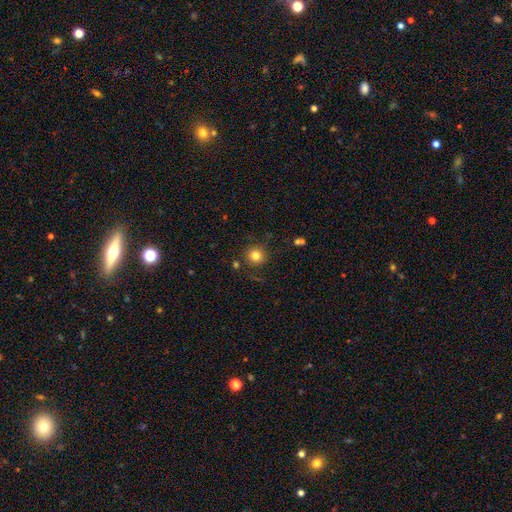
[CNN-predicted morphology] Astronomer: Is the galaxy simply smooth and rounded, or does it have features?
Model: smooth — 81%.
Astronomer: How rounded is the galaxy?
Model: round — 94%.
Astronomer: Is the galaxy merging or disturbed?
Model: none — 85%.